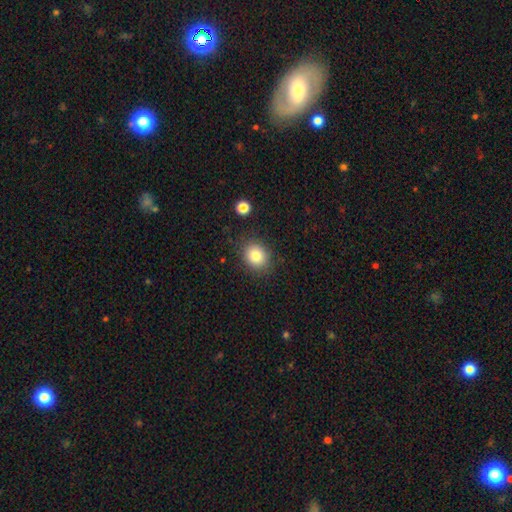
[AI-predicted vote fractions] Q: Smooth or featured?
A: smooth (82%); runner-up: star or artifact (11%)
Q: How rounded?
A: round (69%); runner-up: in between (30%)
Q: Merging?
A: none (85%); runner-up: minor disturbance (10%)